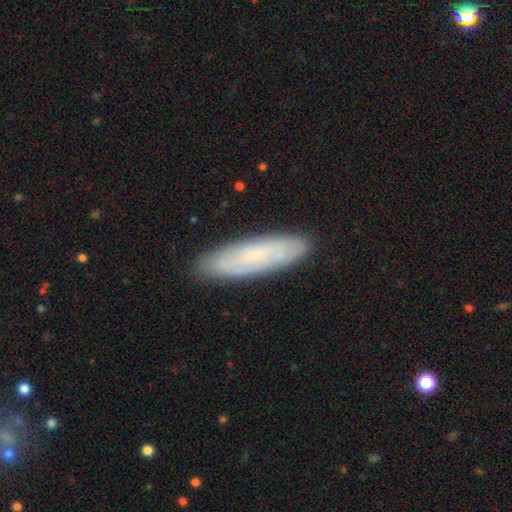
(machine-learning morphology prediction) smooth-or-featured: smooth: 54% | featured or disk: 39% | star or artifact: 8%
  how-rounded: cigar-shaped: 65% | in between: 34% | round: 2%
  merging: none: 87% | minor disturbance: 10% | major disturbance: 2% | merger: 1%